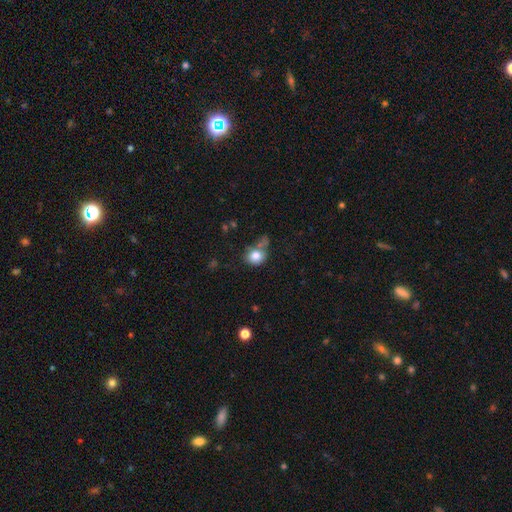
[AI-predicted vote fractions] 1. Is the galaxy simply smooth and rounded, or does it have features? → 80% smooth, 10% featured or disk, 10% star or artifact.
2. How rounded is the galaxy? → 72% round, 27% in between, 1% cigar-shaped.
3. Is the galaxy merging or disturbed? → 49% none, 22% minor disturbance, 18% merger, 11% major disturbance.